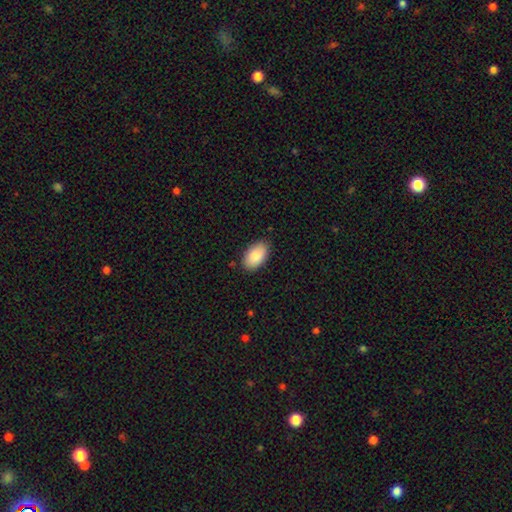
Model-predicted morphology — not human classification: smooth 88%, featured or disk 6%, star or artifact 6%. Down the decision tree: how rounded — in between (94%); merging — none (86%).